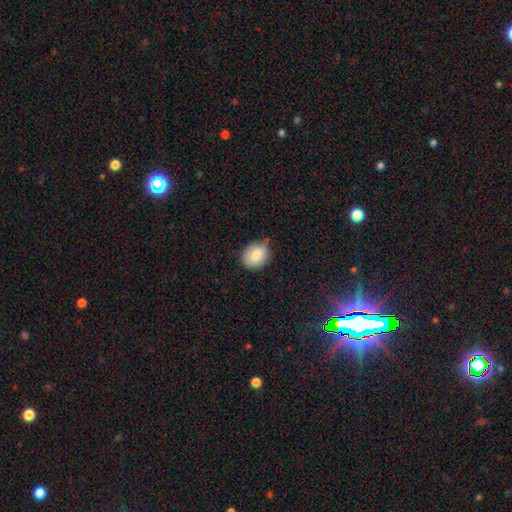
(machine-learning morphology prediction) Smooth or featured: smooth — 83% (featured or disk — 9%)
How rounded: in between — 51% (round — 48%)
Merging: none — 76% (minor disturbance — 20%)